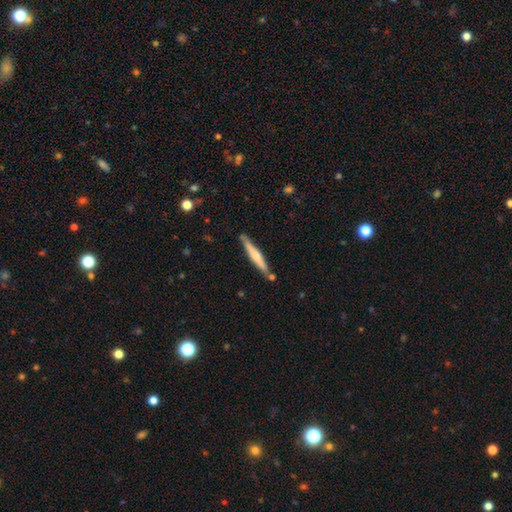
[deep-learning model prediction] Smooth or featured?
  - featured or disk: 53% *
  - smooth: 42%
  - star or artifact: 5%
Edge-on disk?
  - yes: 97% *
  - no: 3%
Edge-on bulge?
  - rounded: 70% *
  - none: 20%
  - boxy: 9%
Merging?
  - none: 82% *
  - minor disturbance: 12%
  - merger: 5%
  - major disturbance: 2%